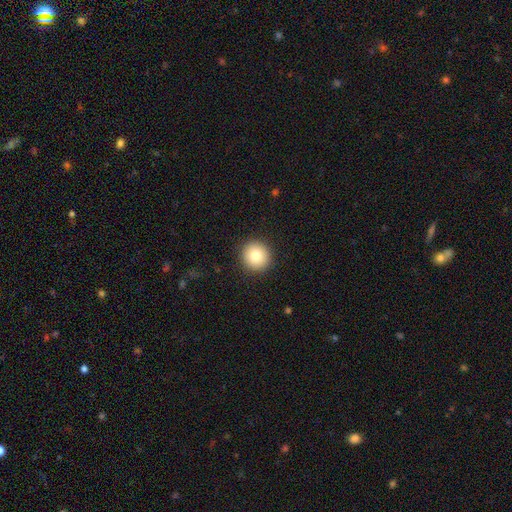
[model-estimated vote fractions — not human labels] Smooth or featured? smooth (83%)
How rounded? round (94%)
Merging? none (92%)